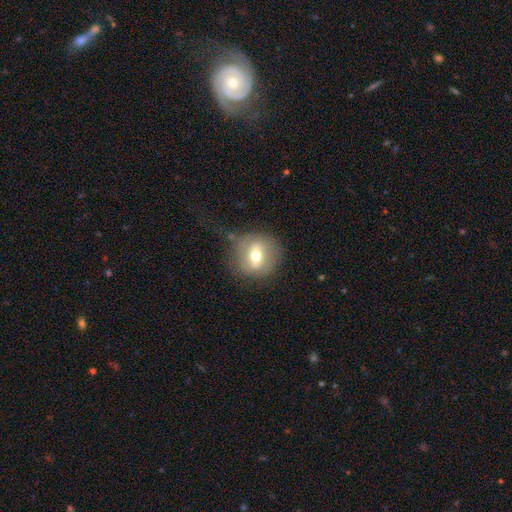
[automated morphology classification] smooth-or-featured: featured or disk: 49% | smooth: 43% | star or artifact: 9%
  merging: none: 72% | minor disturbance: 17% | major disturbance: 9% | merger: 2%